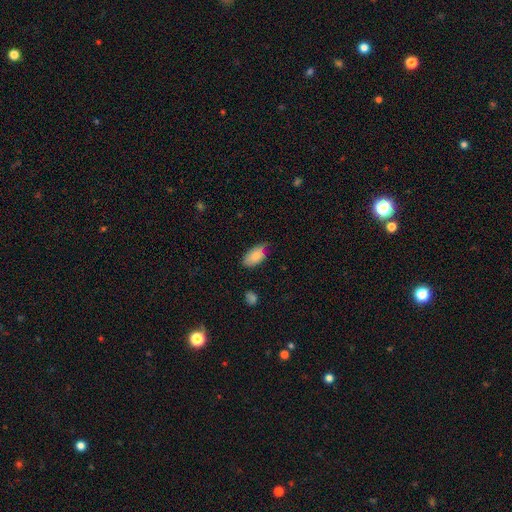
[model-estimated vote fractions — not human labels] smooth_or_featured: smooth (p=0.82) [alt: featured or disk p=0.11]
how_rounded: in between (p=0.94) [alt: round p=0.03]
merging: none (p=0.53) [alt: minor disturbance p=0.37]